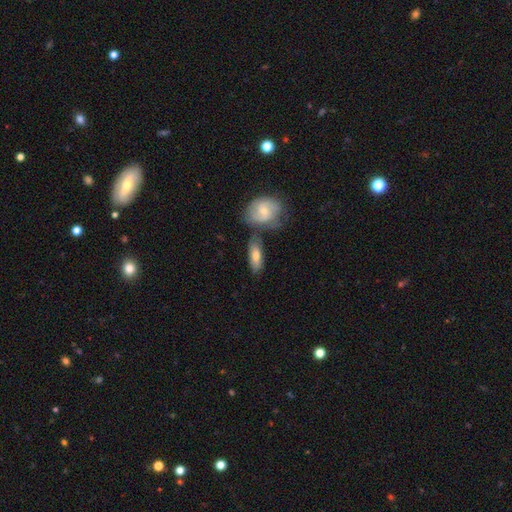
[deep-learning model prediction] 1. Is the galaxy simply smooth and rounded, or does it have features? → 60% smooth, 34% featured or disk, 6% star or artifact.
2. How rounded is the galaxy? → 72% in between, 24% cigar-shaped, 4% round.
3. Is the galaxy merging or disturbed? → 57% none, 22% merger, 16% minor disturbance, 5% major disturbance.